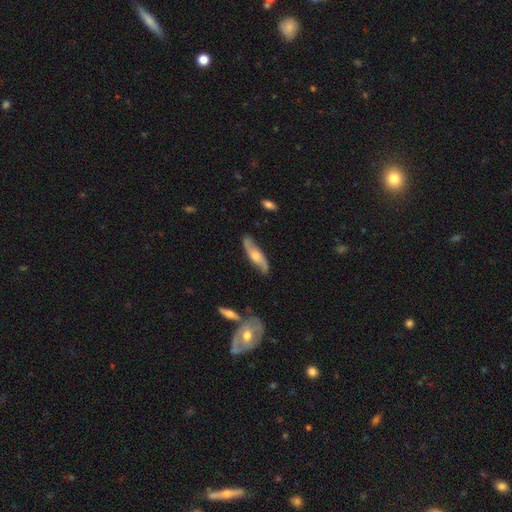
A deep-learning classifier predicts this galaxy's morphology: type=featured or disk (61%); edge-on=no (67%); merging=none (78%).